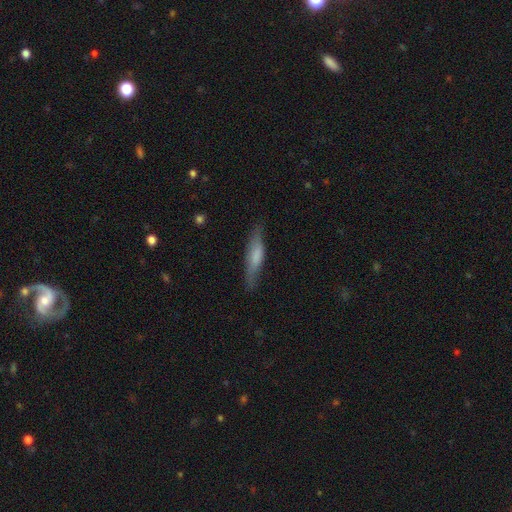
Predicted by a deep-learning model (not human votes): Smooth or featured? smooth (61%)
How rounded? cigar-shaped (80%)
Merging? none (77%)